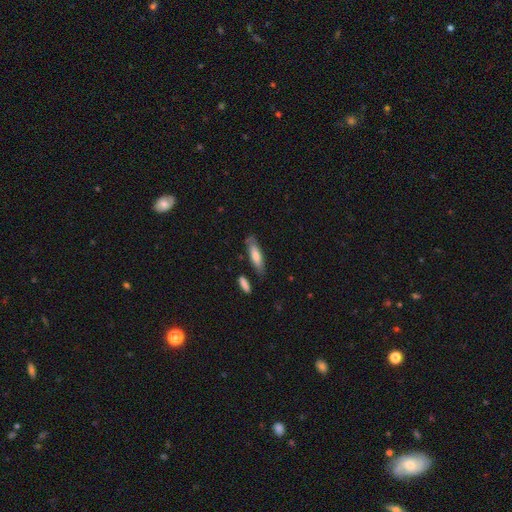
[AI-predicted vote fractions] A smooth galaxy with no disk features (66%) that is cigar-shaped (62%). Merging: none (73%).